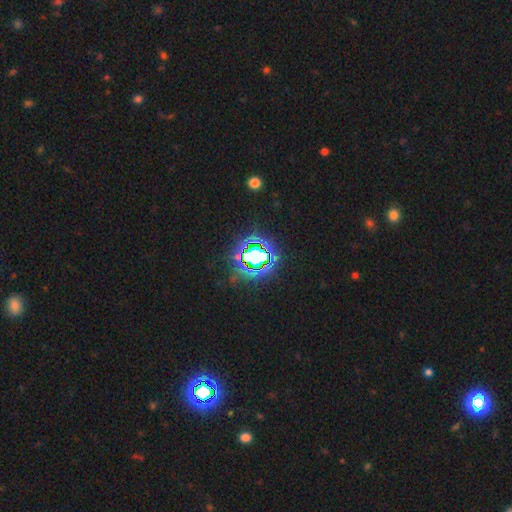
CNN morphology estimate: Q: Smooth or featured?
A: star or artifact (73%); runner-up: smooth (15%)